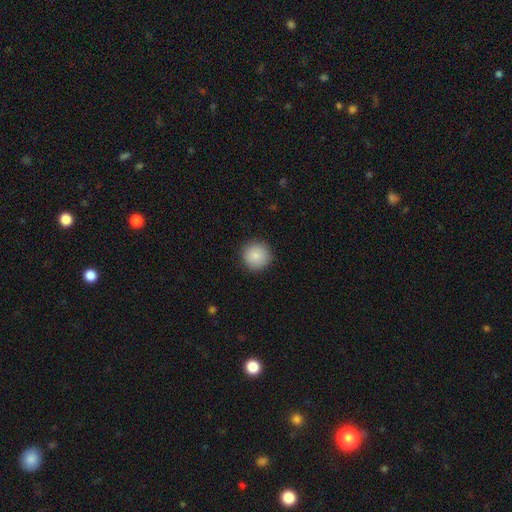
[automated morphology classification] This is clearly a smooth galaxy (85%). How rounded: clearly round (95%). Merging: clearly none (91%).